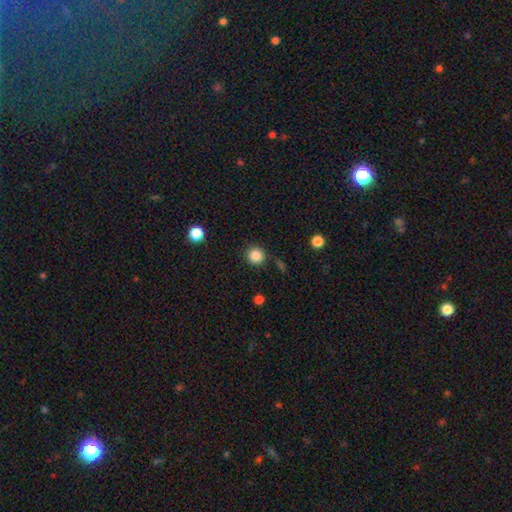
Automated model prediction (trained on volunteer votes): A smooth galaxy with no disk features (85%) that is round (94%).

Vote fractions:
- Smooth or featured? smooth: 85% / star or artifact: 11% / featured or disk: 4%
- How rounded? round: 94% / in between: 5% / cigar-shaped: 1%
- Merging? none: 88% / minor disturbance: 7% / major disturbance: 2% / merger: 2%